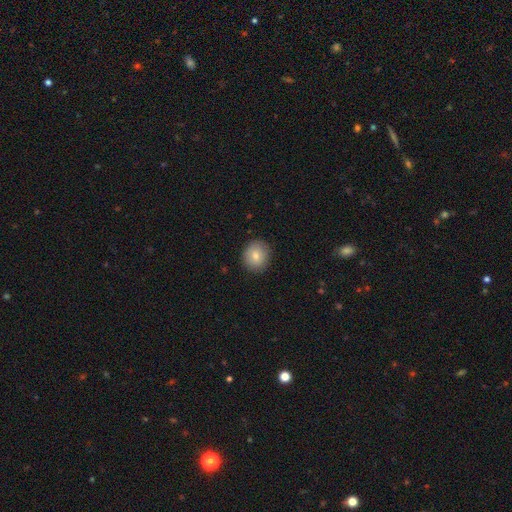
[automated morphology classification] A smooth galaxy with no disk features (79%) that is round (82%).

Vote fractions:
- Smooth or featured? smooth: 79% / featured or disk: 12% / star or artifact: 9%
- How rounded? round: 82% / in between: 17% / cigar-shaped: 1%
- Merging? none: 87% / minor disturbance: 10% / major disturbance: 3% / merger: 1%